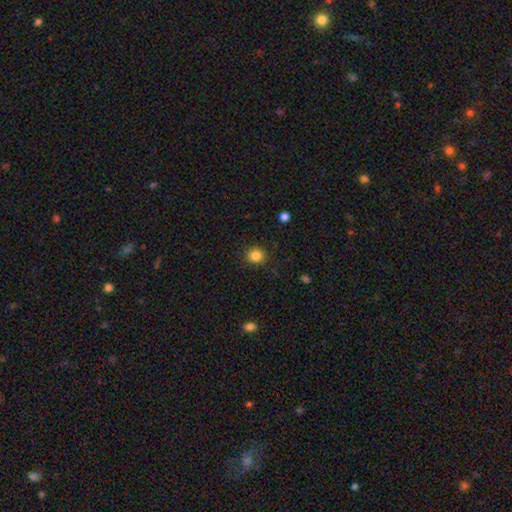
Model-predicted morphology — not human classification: Overall: smooth (85%). How rounded: round (86%). Merging: none (90%).